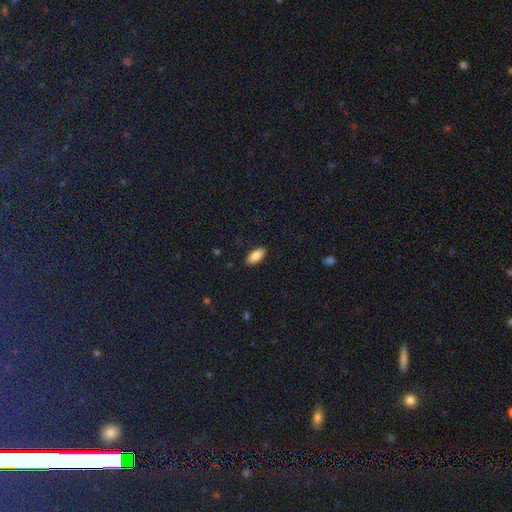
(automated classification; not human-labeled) A smooth galaxy with no disk features (85%) that is in between round and cigar-shaped (86%).

Vote fractions:
- Smooth or featured? smooth: 85% / featured or disk: 8% / star or artifact: 7%
- How rounded? in between: 86% / cigar-shaped: 12% / round: 2%
- Merging? none: 88% / minor disturbance: 9% / major disturbance: 2% / merger: 1%